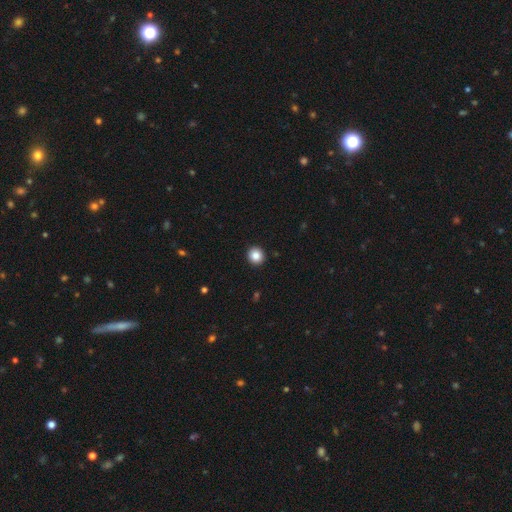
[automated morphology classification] smooth-or-featured: smooth: 84% | star or artifact: 10% | featured or disk: 6%
  how-rounded: round: 91% | in between: 8% | cigar-shaped: 1%
  merging: none: 93% | minor disturbance: 4% | major disturbance: 1% | merger: 1%